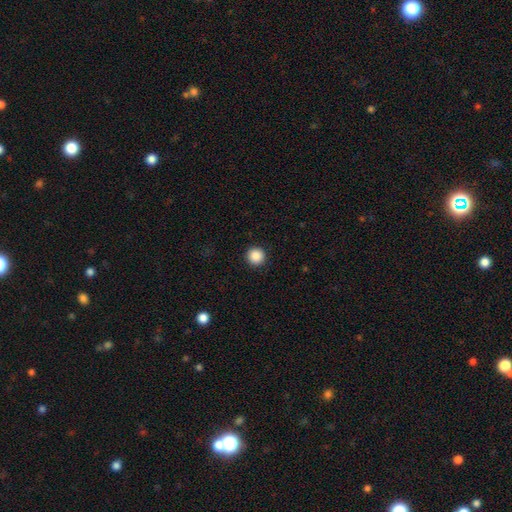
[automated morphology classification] Smooth or featured?
  - smooth: 88% *
  - star or artifact: 9%
  - featured or disk: 3%
How rounded?
  - round: 96% *
  - in between: 3%
  - cigar-shaped: 1%
Merging?
  - none: 93% *
  - minor disturbance: 4%
  - major disturbance: 2%
  - merger: 1%